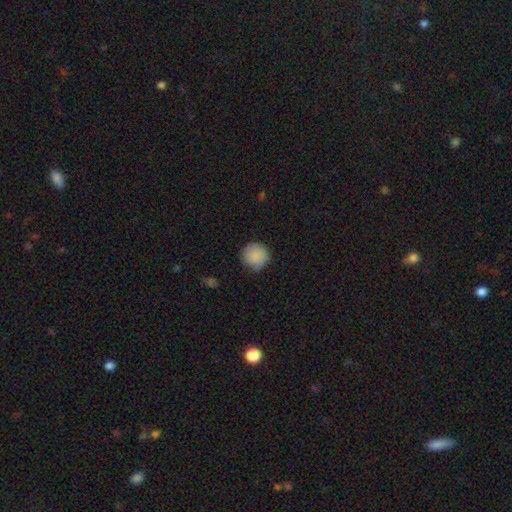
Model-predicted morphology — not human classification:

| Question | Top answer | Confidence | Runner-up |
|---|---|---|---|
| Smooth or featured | smooth | 88% | star or artifact (7%) |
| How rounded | round | 94% | in between (5%) |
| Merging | none | 80% | minor disturbance (16%) |